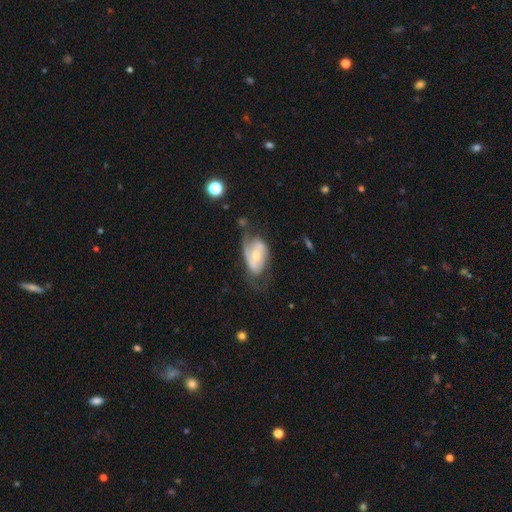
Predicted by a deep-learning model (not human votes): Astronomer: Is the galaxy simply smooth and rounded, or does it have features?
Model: featured or disk — 68%.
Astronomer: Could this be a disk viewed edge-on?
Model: no — 95%.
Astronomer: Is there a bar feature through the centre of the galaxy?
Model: no — 52% (runner-up: weak, 33%).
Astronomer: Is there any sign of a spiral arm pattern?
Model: yes — 80%.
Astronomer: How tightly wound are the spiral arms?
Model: medium — 41% (runner-up: tight, 30%).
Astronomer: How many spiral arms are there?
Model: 2 — 63%.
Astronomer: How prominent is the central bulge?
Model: moderate — 52% (runner-up: small, 43%).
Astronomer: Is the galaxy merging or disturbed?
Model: none — 43% (runner-up: minor disturbance, 27%).